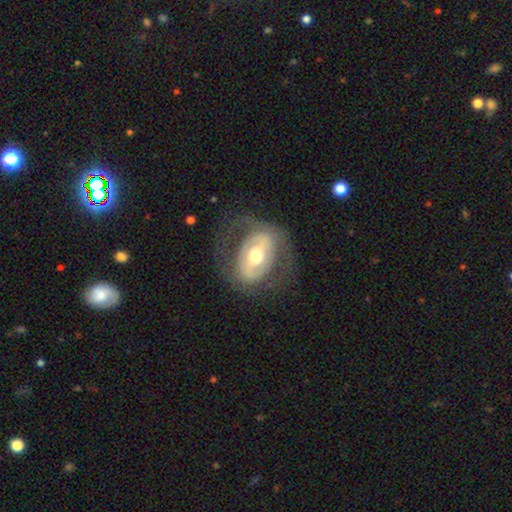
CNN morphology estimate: smooth-or-featured: featured or disk: 69% | smooth: 26% | star or artifact: 6%
  disk-edge-on: no: 94% | yes: 6%
    bar: strong: 38% | no: 31% | weak: 31%
    has-spiral-arms: no: 57% | yes: 43%
    bulge-size: moderate: 72% | large: 14% | small: 12% | dominant: 1% | none: 1%
  merging: none: 69% | minor disturbance: 15% | major disturbance: 14% | merger: 1%